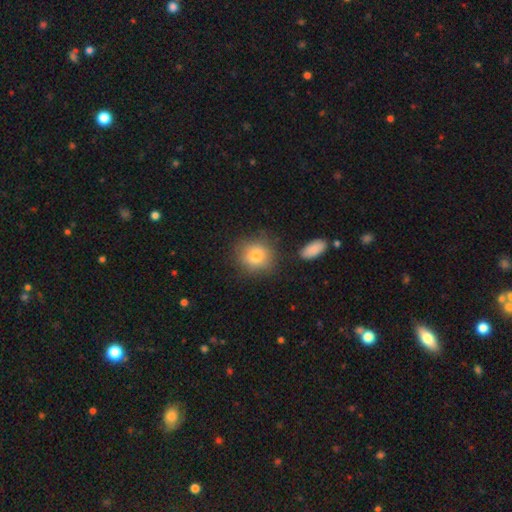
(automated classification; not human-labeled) Q: Smooth or featured?
A: smooth (79%); runner-up: featured or disk (11%)
Q: How rounded?
A: round (83%); runner-up: in between (15%)
Q: Merging?
A: none (80%); runner-up: minor disturbance (12%)